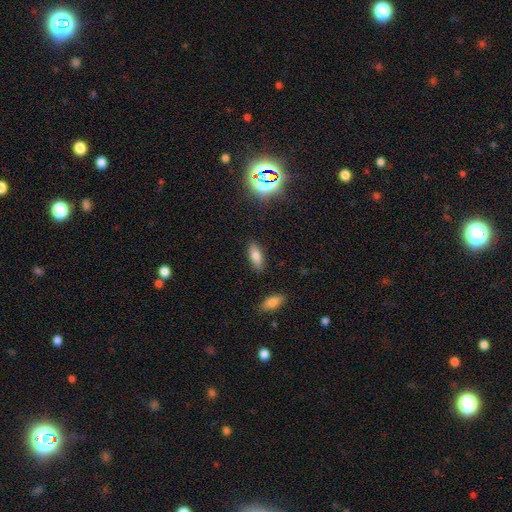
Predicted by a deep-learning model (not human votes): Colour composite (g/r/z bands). It shows a smooth galaxy with no disk features (78%) that is in between round and cigar-shaped (74%). Merging: none (86%).